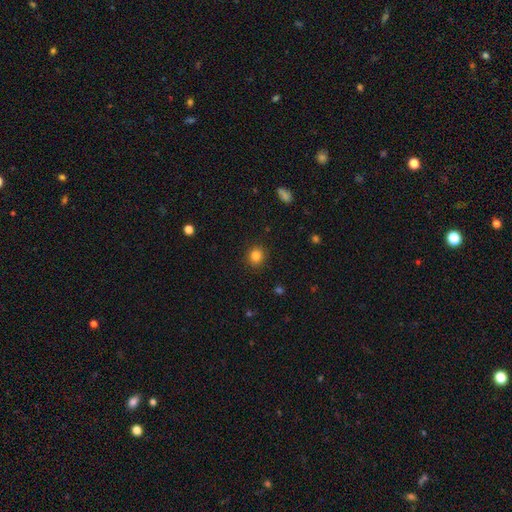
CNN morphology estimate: Smooth or featured?
  - smooth: 83% *
  - star or artifact: 12%
  - featured or disk: 5%
How rounded?
  - round: 83% *
  - in between: 16%
  - cigar-shaped: 1%
Merging?
  - none: 90% *
  - minor disturbance: 7%
  - major disturbance: 2%
  - merger: 1%